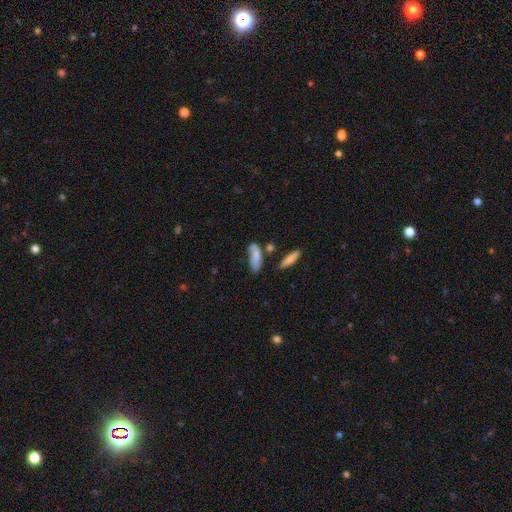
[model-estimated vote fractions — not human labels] Smooth or featured?
  - smooth: 72% *
  - featured or disk: 20%
  - star or artifact: 8%
How rounded?
  - in between: 62% *
  - cigar-shaped: 35%
  - round: 3%
Merging?
  - none: 46% *
  - minor disturbance: 27%
  - merger: 15%
  - major disturbance: 12%